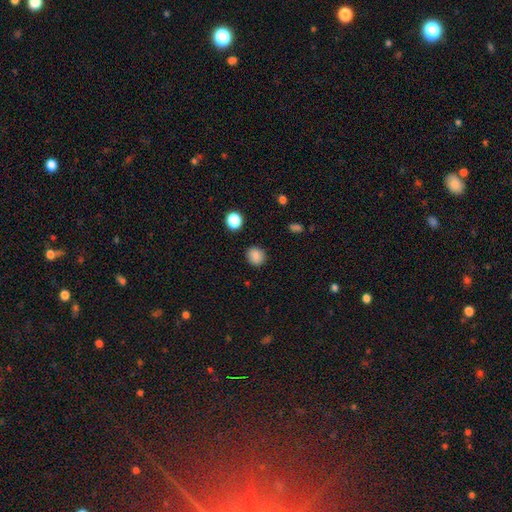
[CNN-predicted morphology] smooth_or_featured: smooth (p=0.85) [alt: star or artifact p=0.11]
how_rounded: round (p=0.82) [alt: in between p=0.17]
merging: none (p=0.88) [alt: minor disturbance p=0.08]